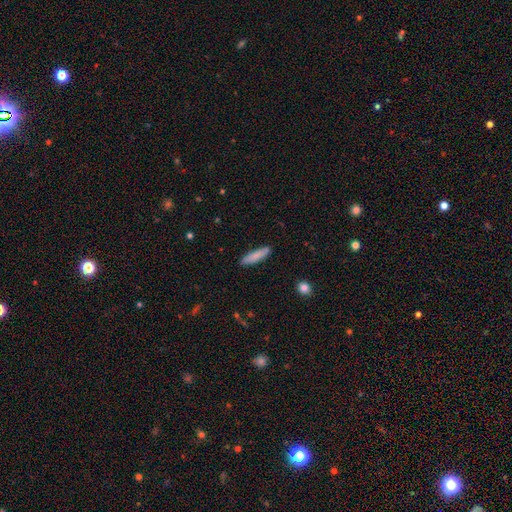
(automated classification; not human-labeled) Overall: smooth (84%). How rounded: cigar-shaped (74%). Merging: none (86%).